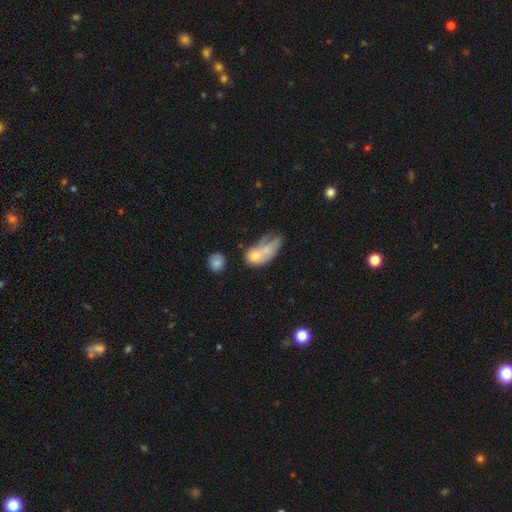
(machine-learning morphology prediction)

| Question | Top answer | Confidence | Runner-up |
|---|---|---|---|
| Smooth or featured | smooth | 62% | featured or disk (28%) |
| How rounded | in between | 79% | round (14%) |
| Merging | major disturbance | 35% | none (22%) |